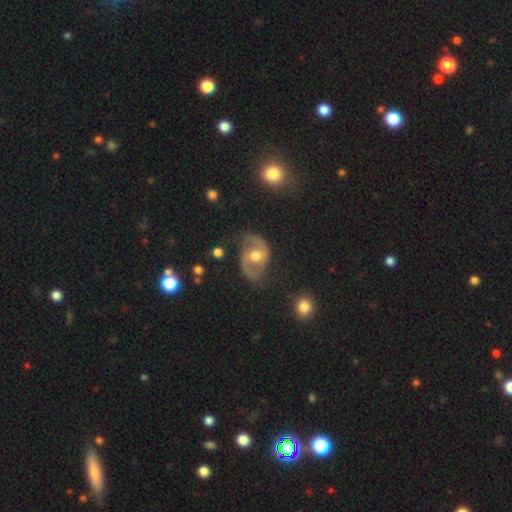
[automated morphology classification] Q: Smooth or featured?
A: featured or disk (86%); runner-up: smooth (8%)
Q: Edge-on disk?
A: no (98%); runner-up: yes (2%)
Q: Bar?
A: no (47%); runner-up: weak (39%)
Q: Spiral arms?
A: yes (95%); runner-up: no (5%)
Q: Spiral winding?
A: medium (47%); runner-up: loose (40%)
Q: Spiral arm count?
A: 2 (93%); runner-up: can't tell (2%)
Q: Bulge size?
A: moderate (75%); runner-up: small (16%)
Q: Merging?
A: none (72%); runner-up: minor disturbance (17%)